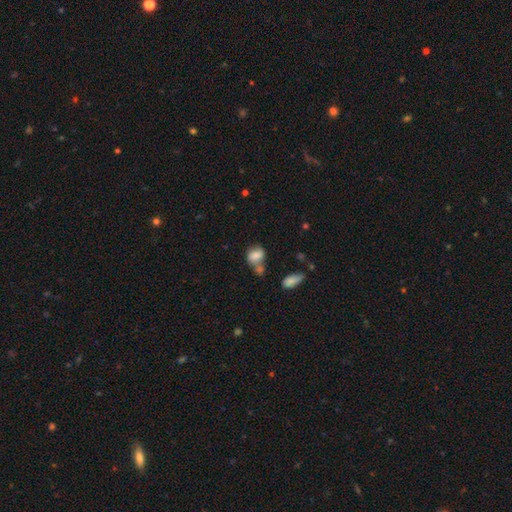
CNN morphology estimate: Smooth or featured: smooth — 71% (featured or disk — 19%)
How rounded: in between — 65% (round — 32%)
Merging: merger — 39% (none — 31%)